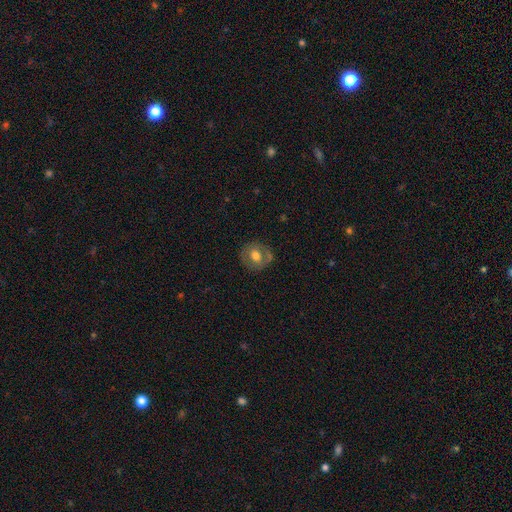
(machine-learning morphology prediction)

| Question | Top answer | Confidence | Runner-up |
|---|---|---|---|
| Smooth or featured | smooth | 57% | featured or disk (35%) |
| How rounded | round | 81% | in between (18%) |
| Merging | none | 76% | minor disturbance (15%) |